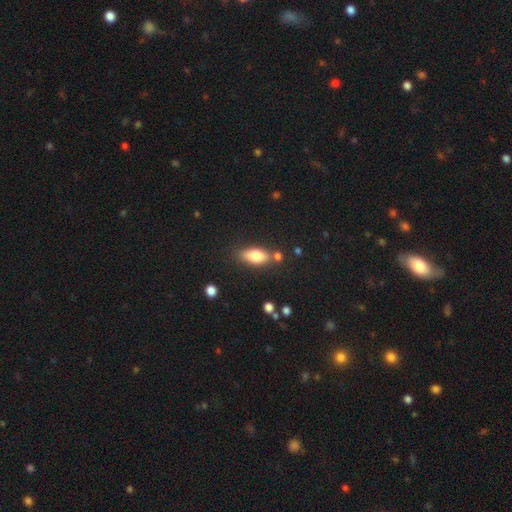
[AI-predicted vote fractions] smooth 79%, featured or disk 14%, star or artifact 7%. Down the decision tree: how rounded — in between (83%); merging — none (72%).